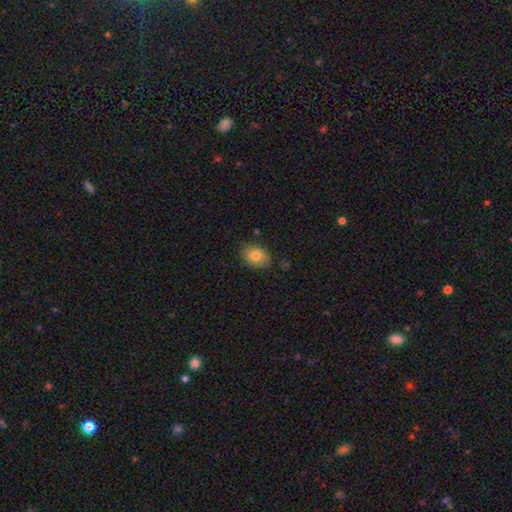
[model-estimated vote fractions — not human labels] This appears to be a smooth galaxy with no disk features (82%) that is in between round and cigar-shaped (75%). Merging: none (81%).